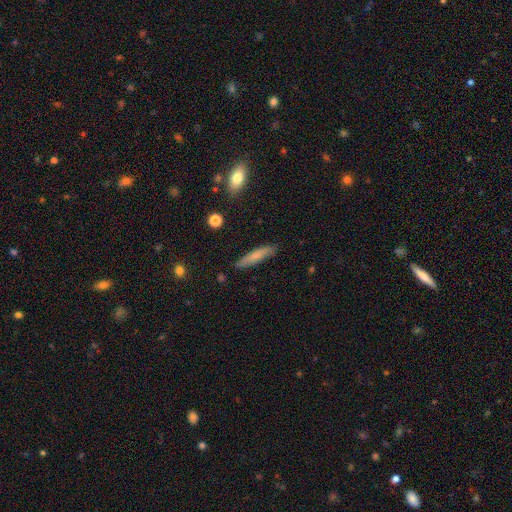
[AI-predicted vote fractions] A smooth galaxy with no disk features (73%) that is cigar-shaped (88%). Merging: none (86%).